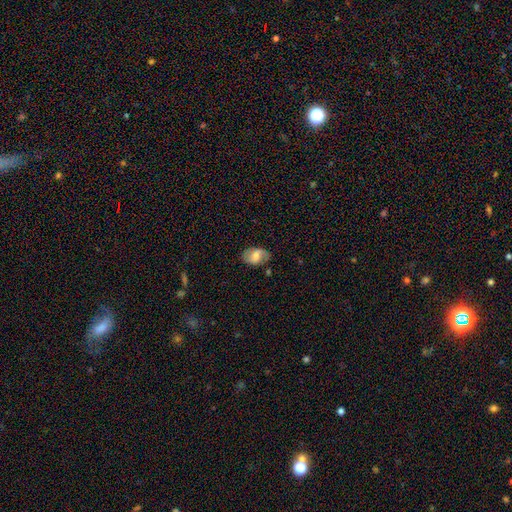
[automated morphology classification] Q: Smooth or featured?
A: smooth (47%); runner-up: featured or disk (46%)
Q: Merging?
A: none (71%); runner-up: minor disturbance (20%)